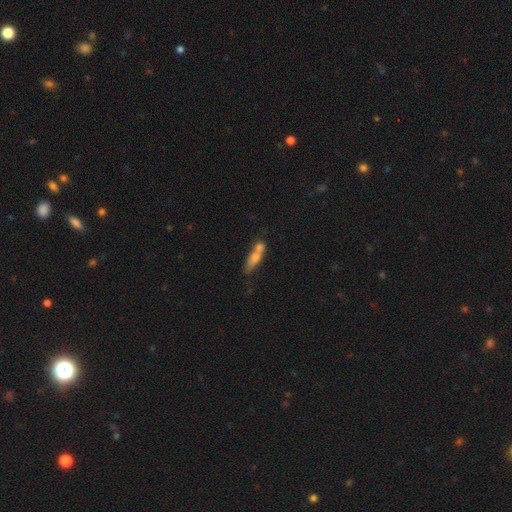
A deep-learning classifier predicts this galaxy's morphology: smooth_or_featured: smooth (p=0.62) [alt: featured or disk p=0.30]
how_rounded: cigar-shaped (p=0.60) [alt: in between p=0.36]
merging: merger (p=0.43) [alt: none p=0.35]